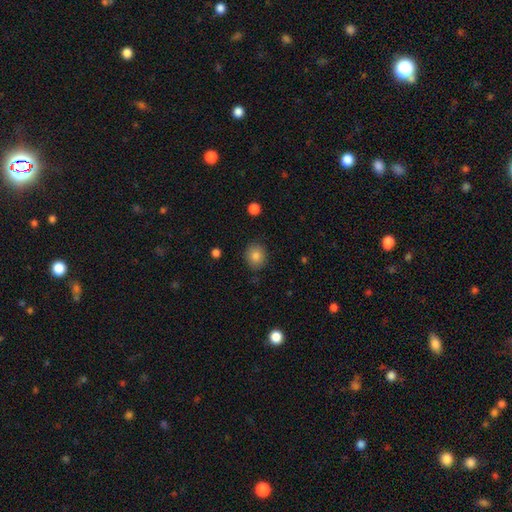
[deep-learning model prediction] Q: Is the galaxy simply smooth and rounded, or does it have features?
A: smooth — 83%.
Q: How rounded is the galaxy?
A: round — 75%.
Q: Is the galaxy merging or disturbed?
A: none — 86%.